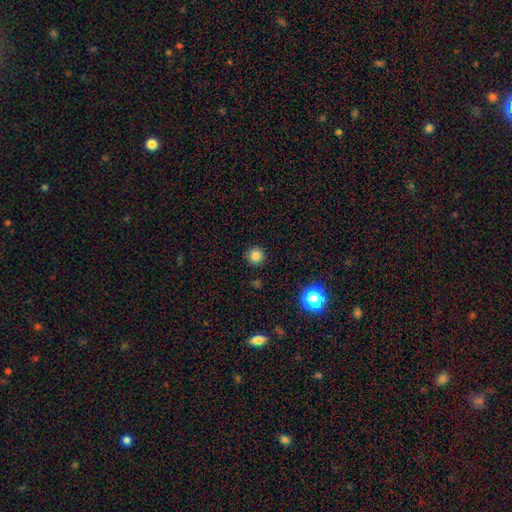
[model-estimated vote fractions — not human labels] smooth-or-featured: smooth: 81% | star or artifact: 14% | featured or disk: 5%
  how-rounded: round: 95% | in between: 4% | cigar-shaped: 1%
  merging: none: 91% | minor disturbance: 6% | major disturbance: 2% | merger: 1%